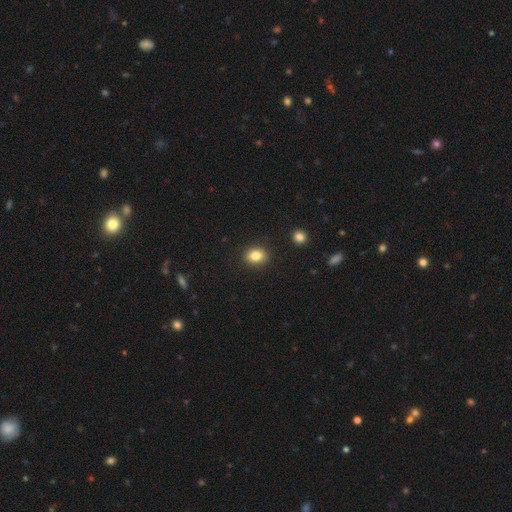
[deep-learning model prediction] Smooth or featured?
  - smooth: 85% *
  - star or artifact: 10%
  - featured or disk: 6%
How rounded?
  - round: 52% *
  - in between: 47%
  - cigar-shaped: 1%
Merging?
  - none: 89% *
  - minor disturbance: 7%
  - major disturbance: 2%
  - merger: 1%